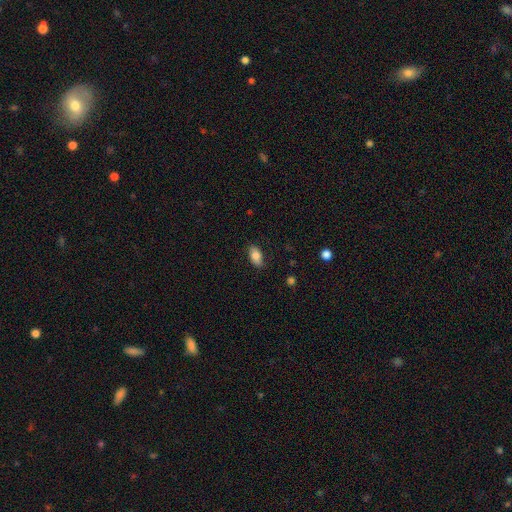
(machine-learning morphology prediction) This is clearly a smooth galaxy (81%). How rounded: clearly in between (91%). Merging: clearly none (84%).